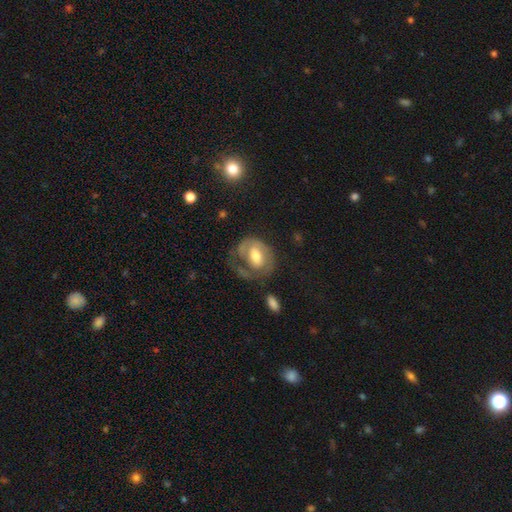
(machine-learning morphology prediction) Smooth or featured: featured or disk — 64% (smooth — 30%)
Edge-on disk: no — 97% (yes — 3%)
Bar: weak — 43% (no — 41%)
Spiral arms: yes — 74% (no — 26%)
Bulge size: moderate — 58% (large — 25%)
Merging: none — 39% (major disturbance — 36%)